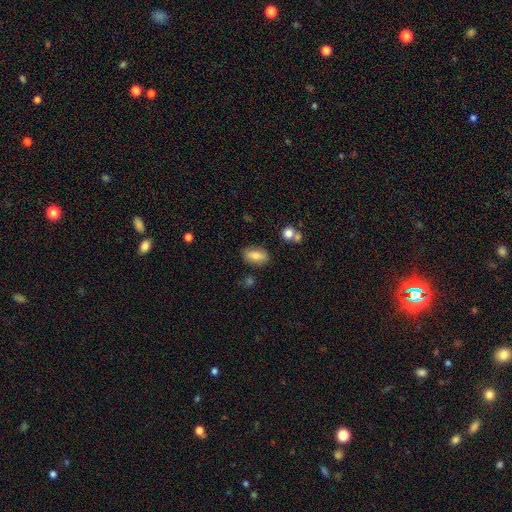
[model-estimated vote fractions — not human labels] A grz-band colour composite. It shows a smooth galaxy with no disk features (77%) that is in between round and cigar-shaped (86%). Merging: none (82%).